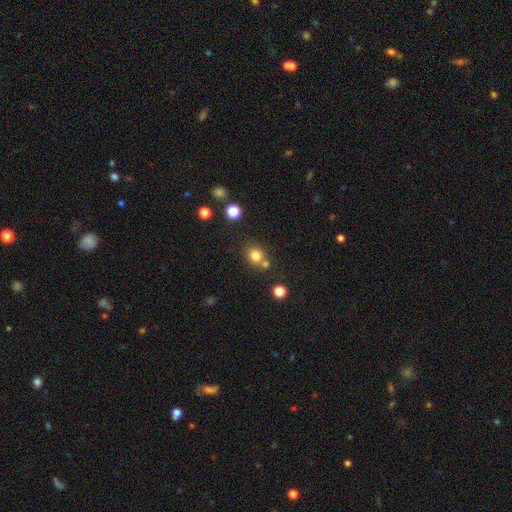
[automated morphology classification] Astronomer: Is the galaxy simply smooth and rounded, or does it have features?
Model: smooth — 80%.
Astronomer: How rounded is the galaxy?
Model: round — 81%.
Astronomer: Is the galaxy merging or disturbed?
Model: none — 67%.